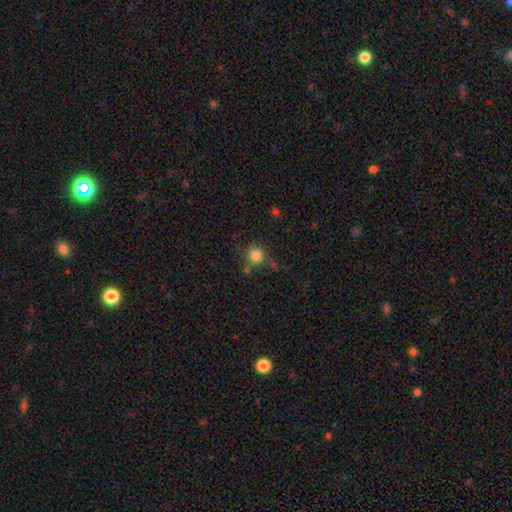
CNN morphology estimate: Smooth or featured?
  - smooth: 81% *
  - star or artifact: 12%
  - featured or disk: 7%
How rounded?
  - round: 85% *
  - in between: 14%
  - cigar-shaped: 1%
Merging?
  - none: 67% *
  - minor disturbance: 17%
  - merger: 10%
  - major disturbance: 6%